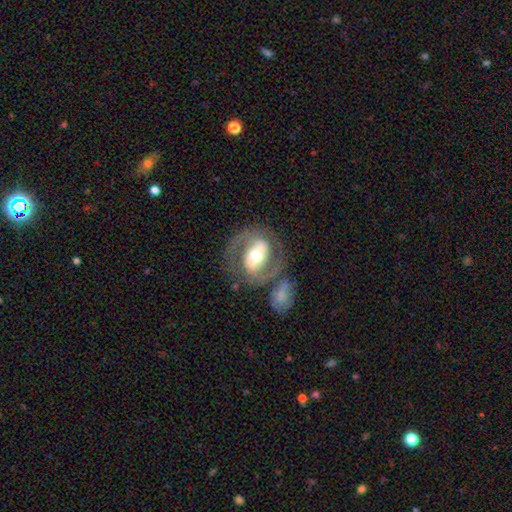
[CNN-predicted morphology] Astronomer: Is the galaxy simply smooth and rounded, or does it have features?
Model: featured or disk — 75%.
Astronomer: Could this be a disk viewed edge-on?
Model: no — 95%.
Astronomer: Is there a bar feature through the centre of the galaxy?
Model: strong — 44% (runner-up: weak, 29%).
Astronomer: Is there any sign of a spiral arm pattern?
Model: yes — 73%.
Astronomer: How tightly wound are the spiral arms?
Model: medium — 47% (runner-up: tight, 36%).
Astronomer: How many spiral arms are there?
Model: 2 — 83%.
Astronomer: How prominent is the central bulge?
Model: moderate — 71%.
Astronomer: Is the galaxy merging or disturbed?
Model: none — 65%.